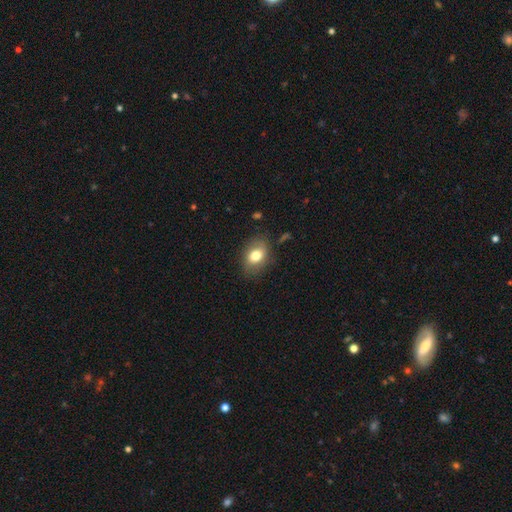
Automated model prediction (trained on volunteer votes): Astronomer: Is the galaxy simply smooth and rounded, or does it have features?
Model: smooth — 74%.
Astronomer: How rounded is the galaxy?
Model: in between — 74%.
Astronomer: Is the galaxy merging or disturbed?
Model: none — 75%.